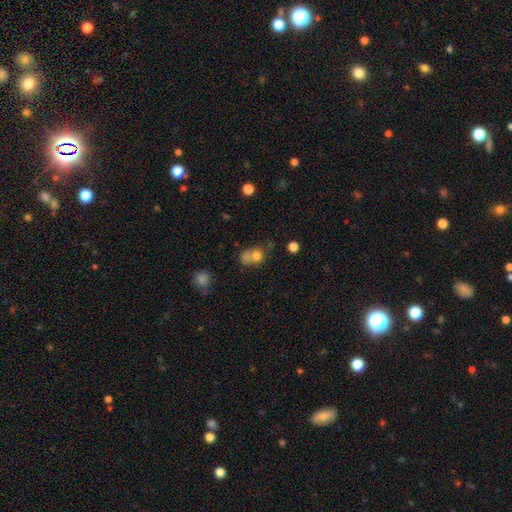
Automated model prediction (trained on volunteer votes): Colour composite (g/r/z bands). It shows a smooth galaxy with no disk features (74%) that is round (69%). Merging: merger (48%).